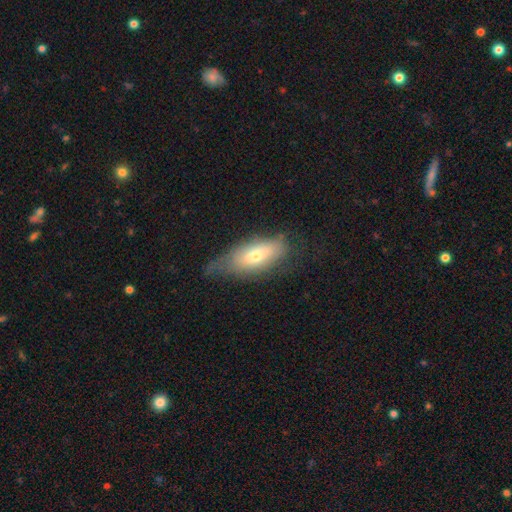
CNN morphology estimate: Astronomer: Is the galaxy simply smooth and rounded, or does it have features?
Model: smooth — 60%.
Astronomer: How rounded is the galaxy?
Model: in between — 77%.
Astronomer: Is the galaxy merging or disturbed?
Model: none — 48% (runner-up: minor disturbance, 34%).